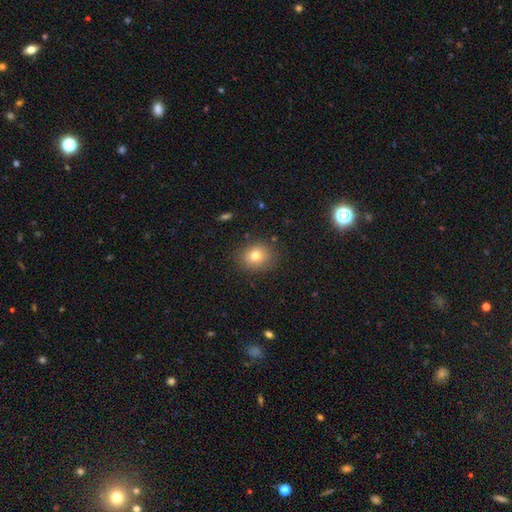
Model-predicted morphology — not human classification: This is likely a smooth galaxy (77%). How rounded: likely round (66%). Merging: clearly none (86%).